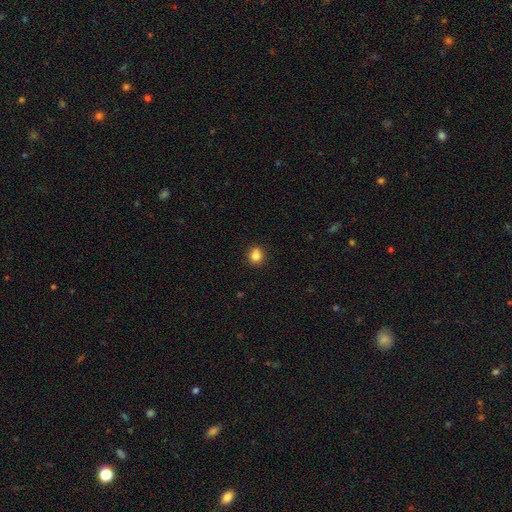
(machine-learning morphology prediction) The model was most divided on "how rounded": round: 80%, in between: 19%, cigar-shaped: 1%. More confident: smooth or featured — smooth (82%); merging — none (81%).